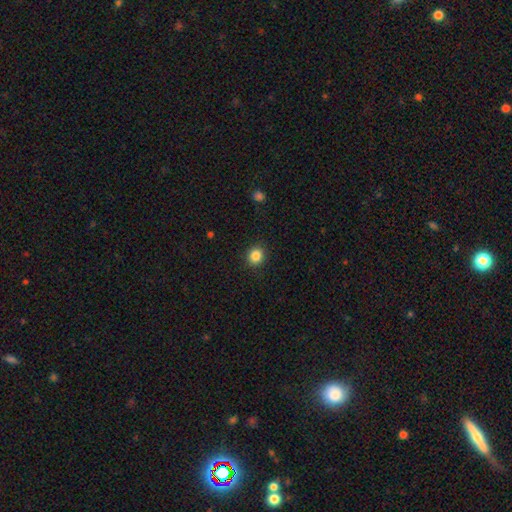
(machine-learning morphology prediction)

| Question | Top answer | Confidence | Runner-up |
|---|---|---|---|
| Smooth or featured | smooth | 86% | star or artifact (11%) |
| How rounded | round | 83% | in between (16%) |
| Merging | none | 91% | minor disturbance (6%) |